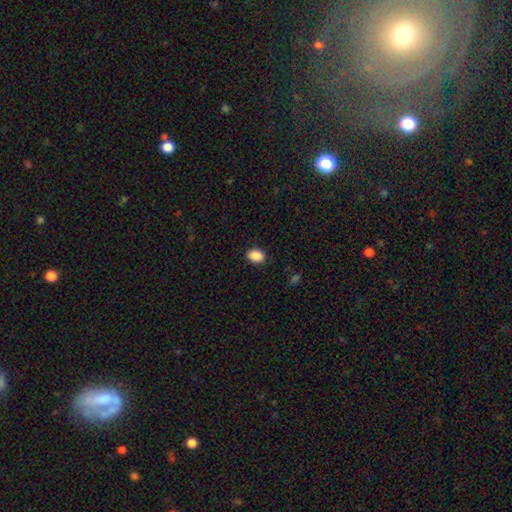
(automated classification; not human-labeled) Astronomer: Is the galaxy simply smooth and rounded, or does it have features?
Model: smooth — 89%.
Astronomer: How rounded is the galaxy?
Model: in between — 72%.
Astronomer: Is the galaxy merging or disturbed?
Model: none — 89%.